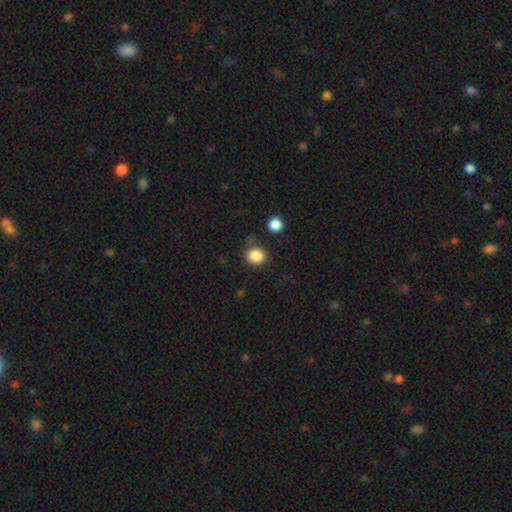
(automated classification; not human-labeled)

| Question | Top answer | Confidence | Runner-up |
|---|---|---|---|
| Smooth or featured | smooth | 86% | star or artifact (10%) |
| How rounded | round | 83% | in between (16%) |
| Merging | none | 79% | minor disturbance (11%) |